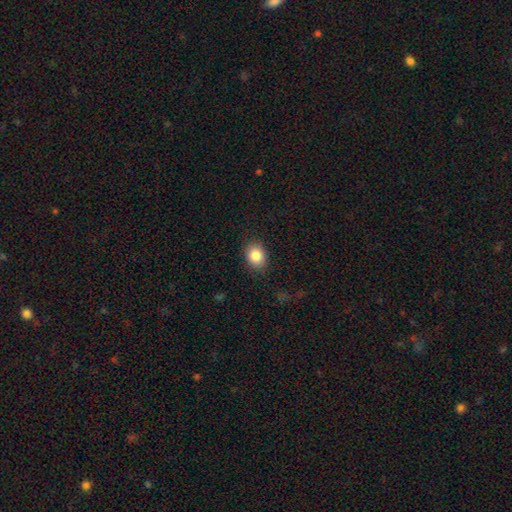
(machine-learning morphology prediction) Q: Smooth or featured?
A: smooth (87%); runner-up: star or artifact (8%)
Q: How rounded?
A: in between (56%); runner-up: round (43%)
Q: Merging?
A: none (85%); runner-up: minor disturbance (11%)